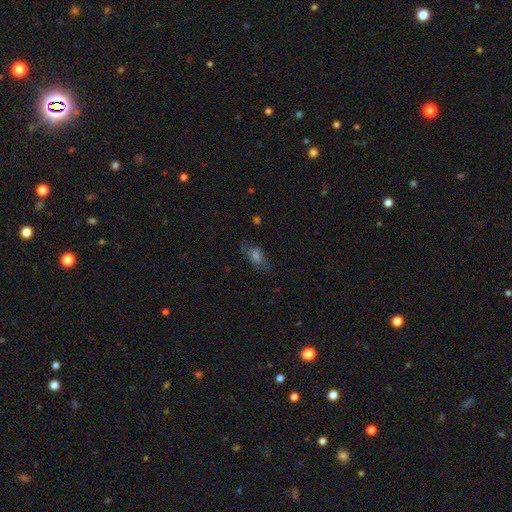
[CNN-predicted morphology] This appears to be a smooth galaxy with no disk features (53%) that is in between round and cigar-shaped (72%). Merging: none (72%).